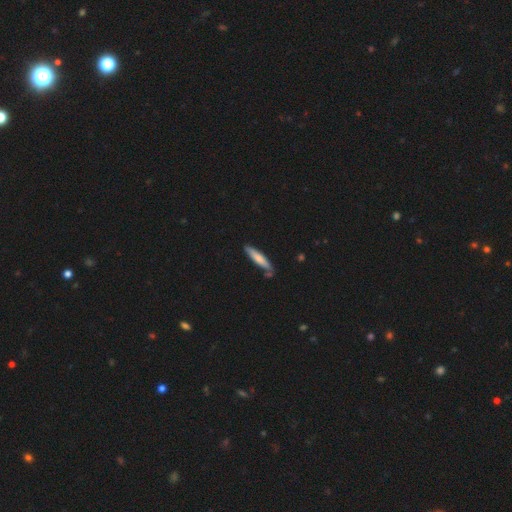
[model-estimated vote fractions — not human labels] Smooth or featured? Predicted: smooth (p=0.70). How rounded? Predicted: cigar-shaped (p=0.87). Merging? Predicted: none (p=0.77).